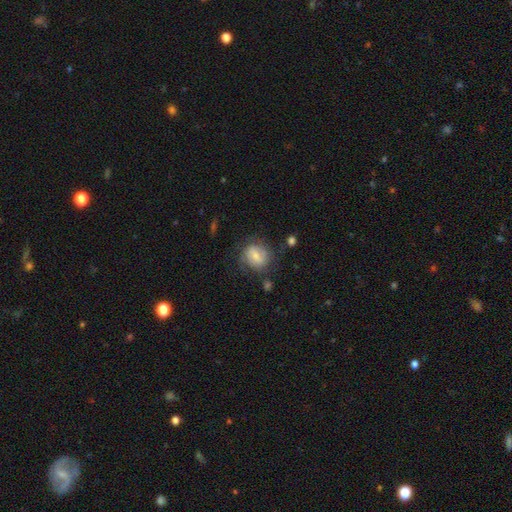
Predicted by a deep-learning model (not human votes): Smooth or featured?
  - smooth: 52% *
  - featured or disk: 40%
  - star or artifact: 8%
How rounded?
  - round: 63% *
  - in between: 35%
  - cigar-shaped: 1%
Merging?
  - none: 62% *
  - minor disturbance: 21%
  - major disturbance: 14%
  - merger: 3%